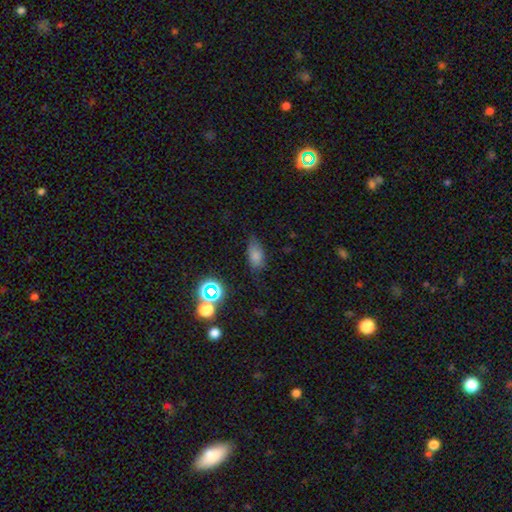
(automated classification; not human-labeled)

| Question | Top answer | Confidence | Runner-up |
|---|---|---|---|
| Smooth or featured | smooth | 73% | star or artifact (16%) |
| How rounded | in between | 86% | round (9%) |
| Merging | none | 65% | minor disturbance (25%) |